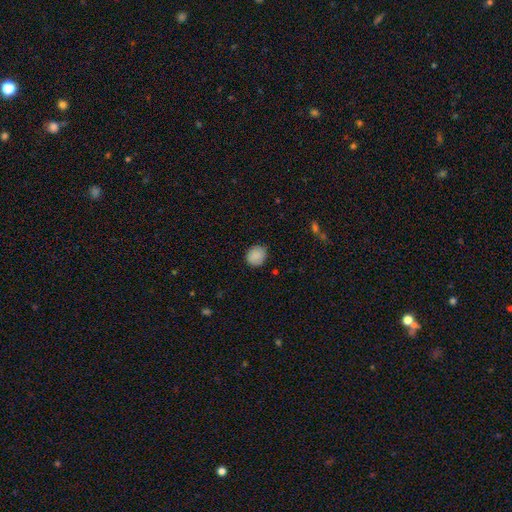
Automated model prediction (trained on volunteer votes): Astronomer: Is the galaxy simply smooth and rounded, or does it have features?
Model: smooth — 88%.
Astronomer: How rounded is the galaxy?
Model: round — 71%.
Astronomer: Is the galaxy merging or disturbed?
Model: none — 81%.